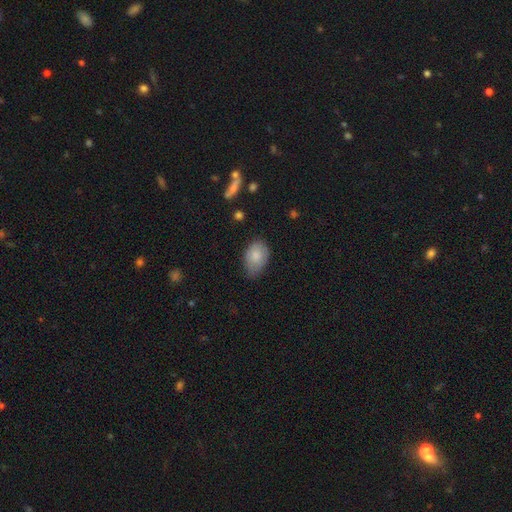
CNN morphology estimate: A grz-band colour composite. It shows a smooth galaxy with no disk features (82%) that is in between round and cigar-shaped (86%). Merging: none (56%).